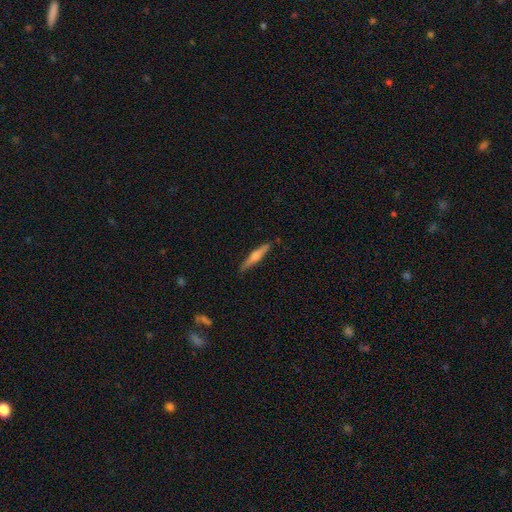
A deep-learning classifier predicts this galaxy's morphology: Smooth or featured? featured or disk (50%)
Edge-on disk? yes (96%)
Merging? none (86%)